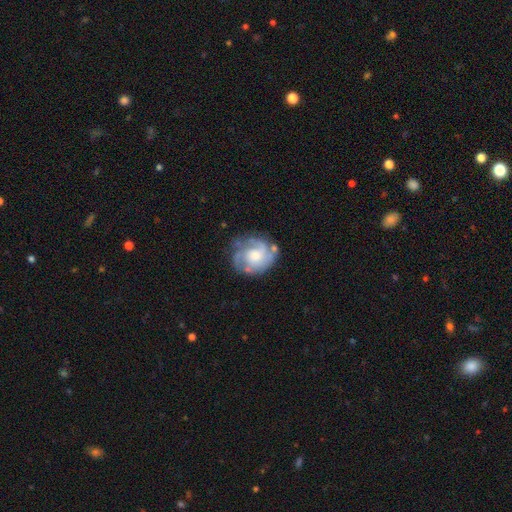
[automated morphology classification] A featured or disk galaxy (76%) with no bar (74%), 3 (29%) tight (50%) spiral arms (89%) and a moderate central bulge (53%).

Vote fractions:
- Smooth or featured? featured or disk: 76% / smooth: 18% / star or artifact: 6%
- Edge-on disk? no: 98% / yes: 2%
- Bar? no: 74% / weak: 23% / strong: 3%
- Spiral arms? yes: 89% / no: 11%
- Spiral winding? tight: 50% / medium: 37% / loose: 13%
- Spiral arm count? 3: 29% / can't tell: 28% / 2: 25% / 1: 7% / 4: 7% / more than 4: 5%
- Bulge size? moderate: 53% / small: 26% / large: 14% / none: 5% / dominant: 2%
- Merging? none: 65% / minor disturbance: 21% / major disturbance: 10% / merger: 4%